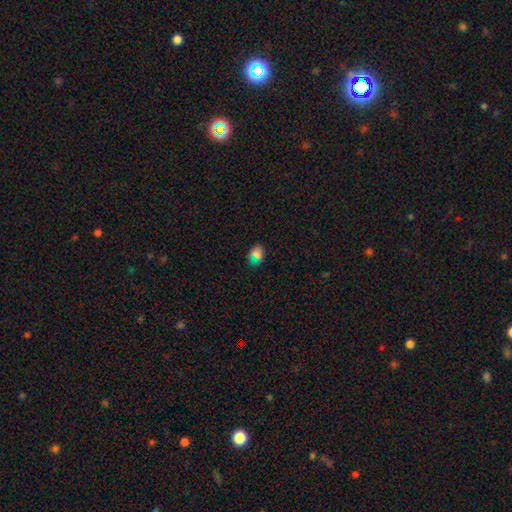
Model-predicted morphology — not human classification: Smooth or featured? smooth (70%)
How rounded? in between (71%)
Merging? none (82%)